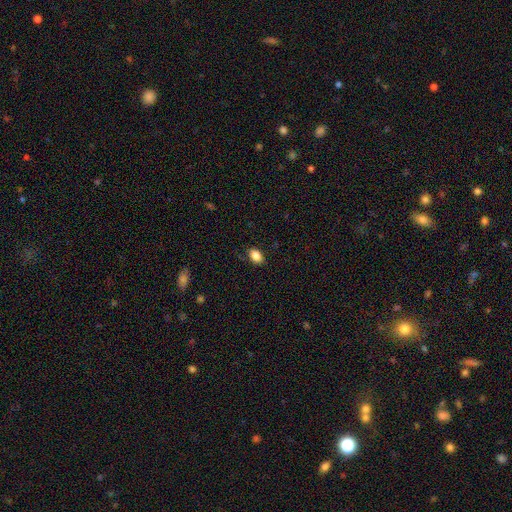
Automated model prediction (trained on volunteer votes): Smooth or featured: smooth — 86% (star or artifact — 9%)
How rounded: in between — 84% (round — 15%)
Merging: none — 84% (minor disturbance — 12%)